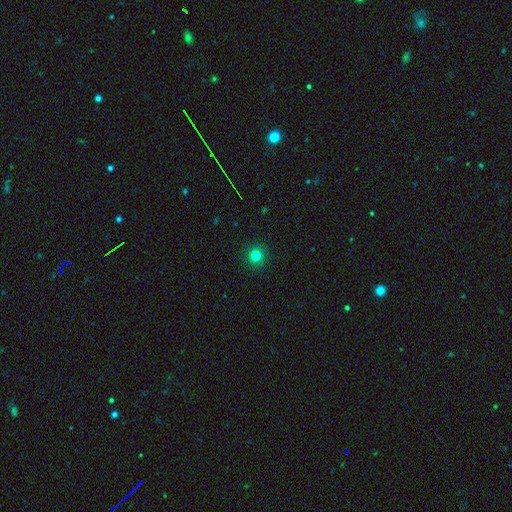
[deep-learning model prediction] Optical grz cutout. It shows a smooth galaxy with no disk features (80%) that is round (95%). Merging: none (93%).